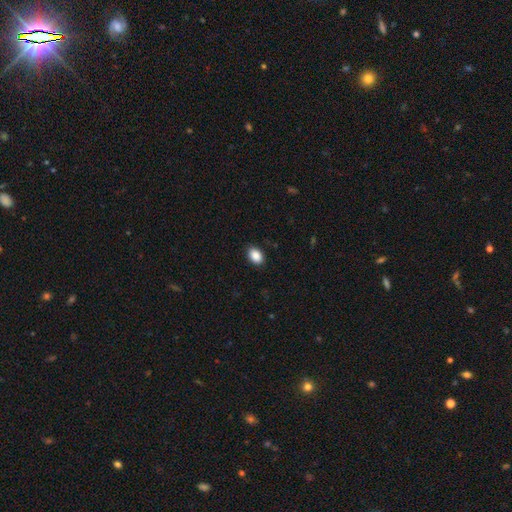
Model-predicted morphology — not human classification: Smooth or featured? smooth (89%)
How rounded? in between (86%)
Merging? none (89%)